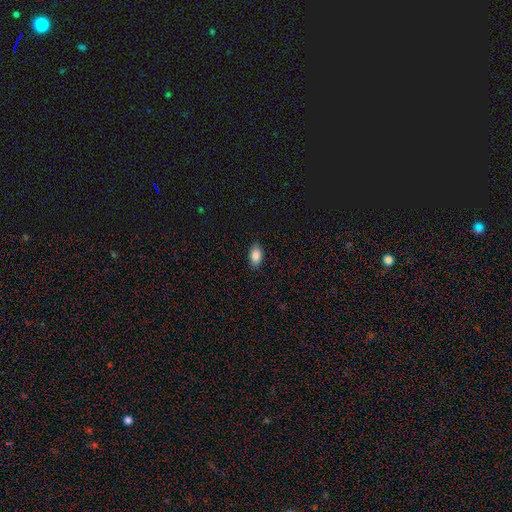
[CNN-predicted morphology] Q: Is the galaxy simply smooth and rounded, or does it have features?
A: smooth — 88%.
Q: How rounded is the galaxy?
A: in between — 91%.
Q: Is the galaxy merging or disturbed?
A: none — 87%.